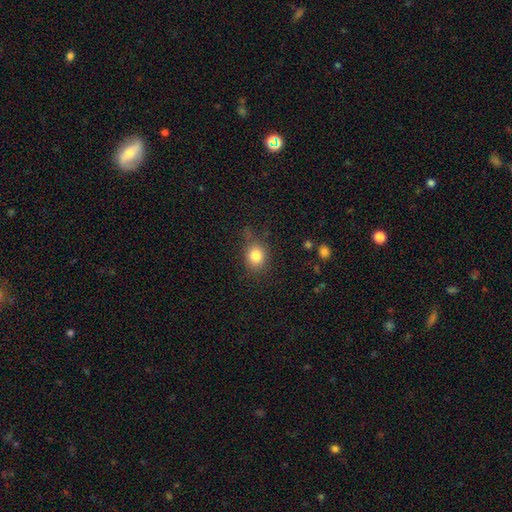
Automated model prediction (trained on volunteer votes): This is clearly a smooth galaxy (82%). How rounded: likely round (72%). Merging: likely none (73%).